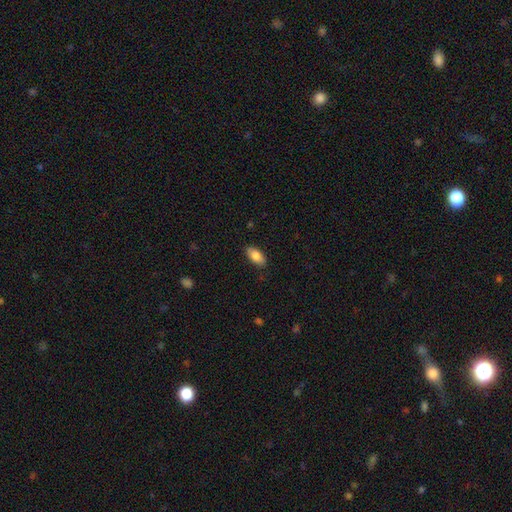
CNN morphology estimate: Smooth or featured?
  - smooth: 84% *
  - featured or disk: 10%
  - star or artifact: 6%
How rounded?
  - in between: 91% *
  - cigar-shaped: 7%
  - round: 3%
Merging?
  - none: 87% *
  - minor disturbance: 10%
  - major disturbance: 2%
  - merger: 1%